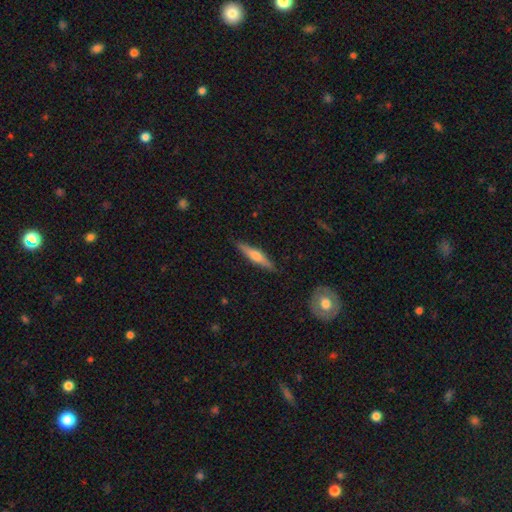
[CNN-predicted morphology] Smooth or featured?
  - featured or disk: 56% *
  - smooth: 38%
  - star or artifact: 6%
Edge-on disk?
  - yes: 96% *
  - no: 4%
Edge-on bulge?
  - rounded: 86% *
  - boxy: 7%
  - none: 7%
Merging?
  - none: 89% *
  - minor disturbance: 8%
  - major disturbance: 2%
  - merger: 1%